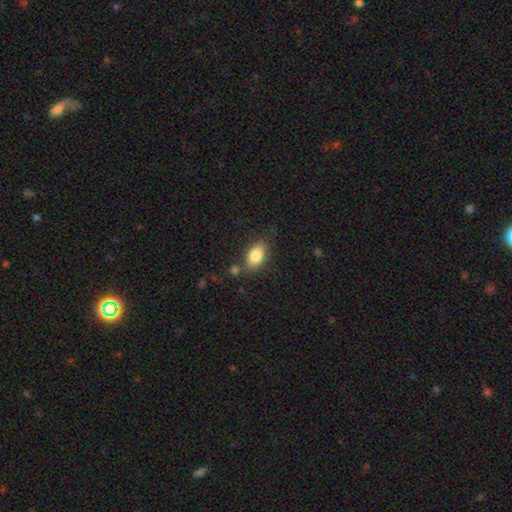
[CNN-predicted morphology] Smooth or featured?
  - smooth: 84% *
  - featured or disk: 9%
  - star or artifact: 8%
How rounded?
  - in between: 88% *
  - round: 9%
  - cigar-shaped: 3%
Merging?
  - none: 76% *
  - minor disturbance: 14%
  - merger: 6%
  - major disturbance: 4%